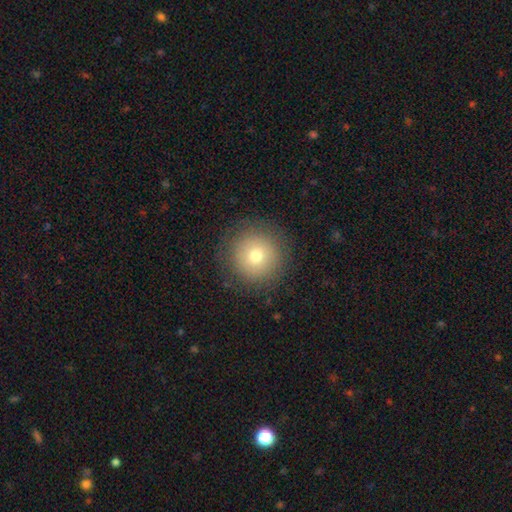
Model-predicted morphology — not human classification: Smooth or featured? Predicted: smooth (p=0.72). How rounded? Predicted: round (p=0.96). Merging? Predicted: none (p=0.88).